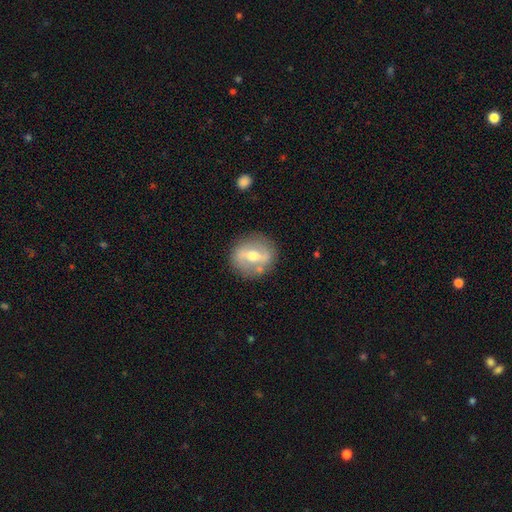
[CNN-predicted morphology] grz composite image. It shows a featured or disk galaxy (63%) with a strong bar (52%), no spiral arms (59%) and a moderate central bulge (72%). Merging: none (80%).